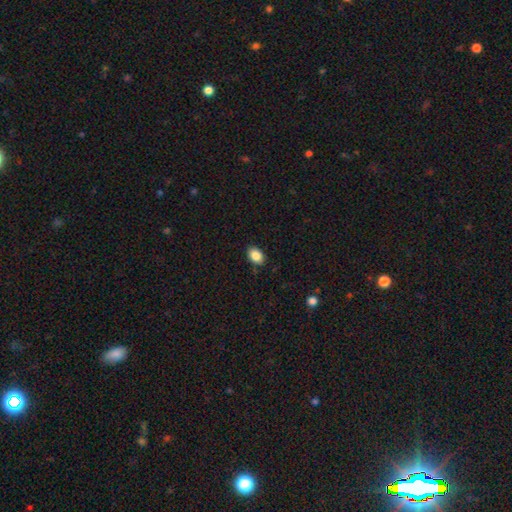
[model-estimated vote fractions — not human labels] This is clearly a smooth galaxy (87%). How rounded: clearly in between (80%). Merging: clearly none (87%).